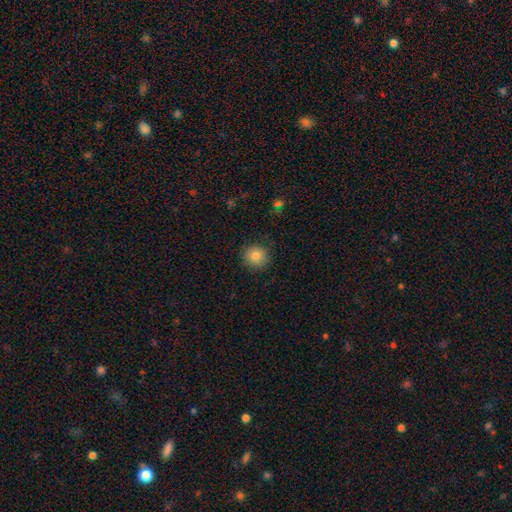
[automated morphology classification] Smooth or featured?
  - smooth: 84% *
  - star or artifact: 10%
  - featured or disk: 6%
How rounded?
  - round: 93% *
  - in between: 7%
  - cigar-shaped: 1%
Merging?
  - none: 90% *
  - minor disturbance: 7%
  - major disturbance: 2%
  - merger: 1%